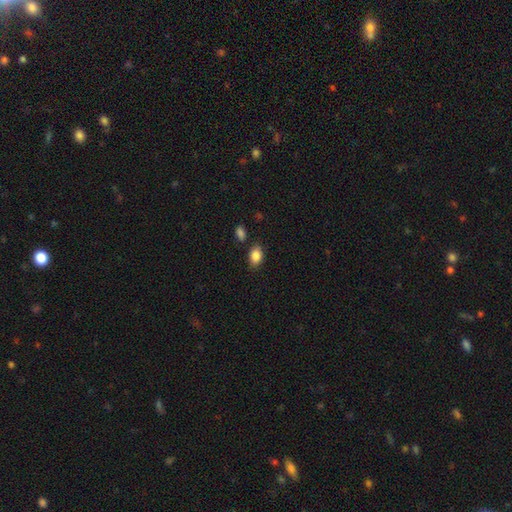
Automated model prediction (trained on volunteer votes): Smooth or featured? Predicted: smooth (p=0.86). How rounded? Predicted: in between (p=0.83). Merging? Predicted: none (p=0.78).